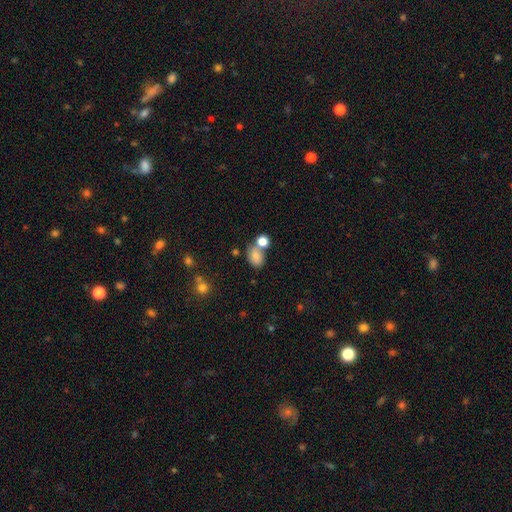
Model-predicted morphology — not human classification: type=smooth (80%); roundness=in between (72%); merging=none (48%).